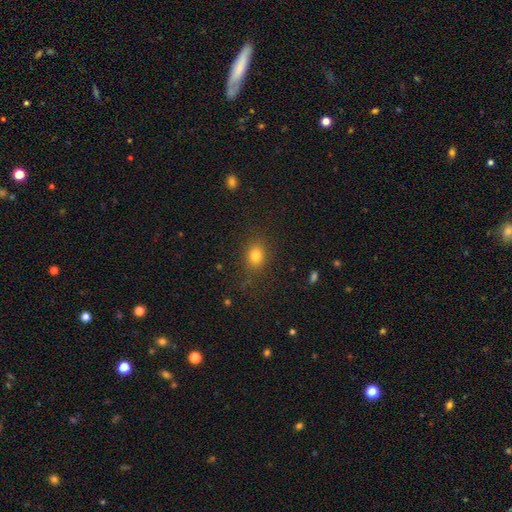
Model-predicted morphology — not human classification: smooth 80%, star or artifact 13%, featured or disk 7%. Down the decision tree: how rounded — in between (50%); merging — none (81%).